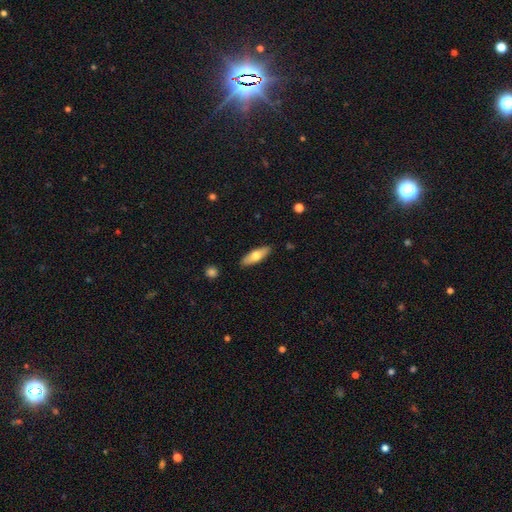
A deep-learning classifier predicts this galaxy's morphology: Smooth or featured?
  - smooth: 64% *
  - featured or disk: 30%
  - star or artifact: 6%
How rounded?
  - in between: 61% *
  - cigar-shaped: 36%
  - round: 2%
Merging?
  - none: 88% *
  - minor disturbance: 9%
  - major disturbance: 2%
  - merger: 1%